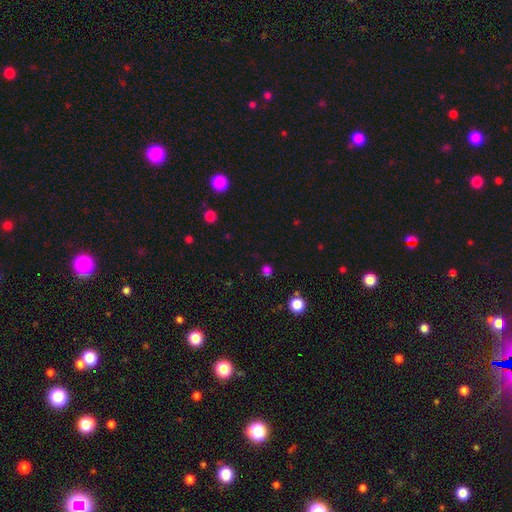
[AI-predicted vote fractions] A smooth galaxy with no disk features (53%) that is round (84%). Merging: none (70%).